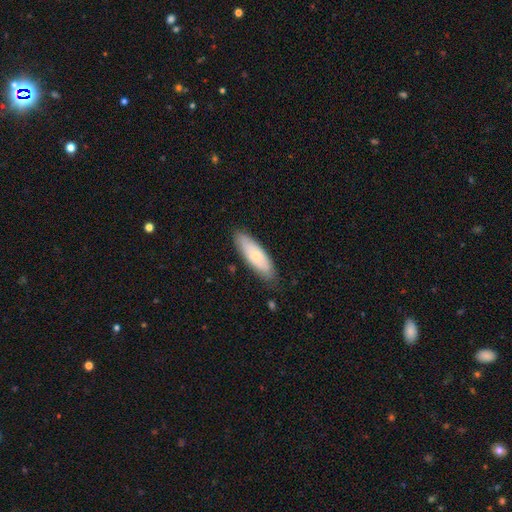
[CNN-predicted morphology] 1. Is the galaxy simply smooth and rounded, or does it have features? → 64% smooth, 30% featured or disk, 6% star or artifact.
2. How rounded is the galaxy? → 56% in between, 42% cigar-shaped, 2% round.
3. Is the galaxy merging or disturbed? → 80% none, 16% minor disturbance, 3% major disturbance, 1% merger.